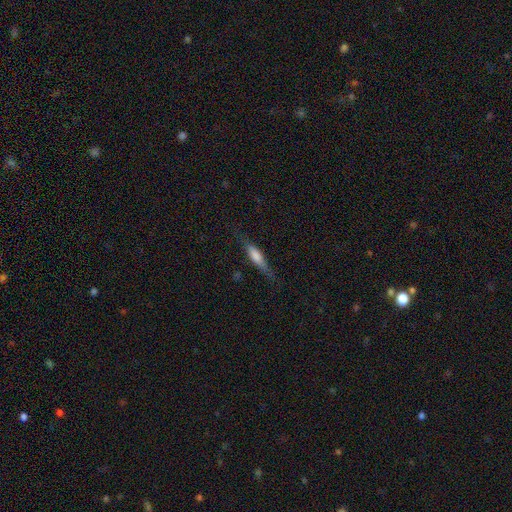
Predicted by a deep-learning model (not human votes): smooth 56%, featured or disk 38%, star or artifact 7%. Down the decision tree: how rounded — cigar-shaped (75%); merging — none (74%).